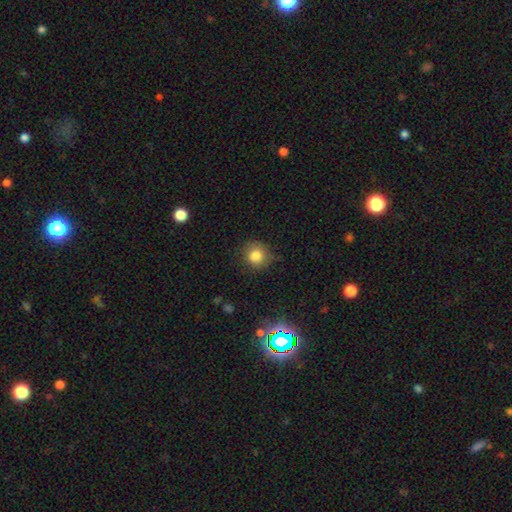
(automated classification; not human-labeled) smooth-or-featured: smooth: 82% | star or artifact: 12% | featured or disk: 7%
  how-rounded: round: 87% | in between: 13% | cigar-shaped: 1%
  merging: none: 74% | minor disturbance: 20% | major disturbance: 5% | merger: 1%